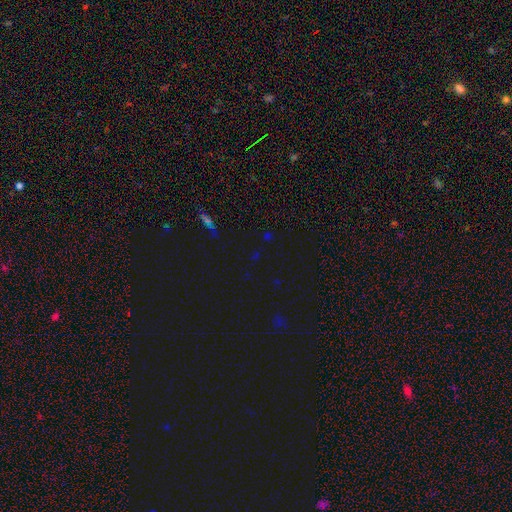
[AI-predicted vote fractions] Q: Smooth or featured?
A: star or artifact (71%); runner-up: smooth (20%)